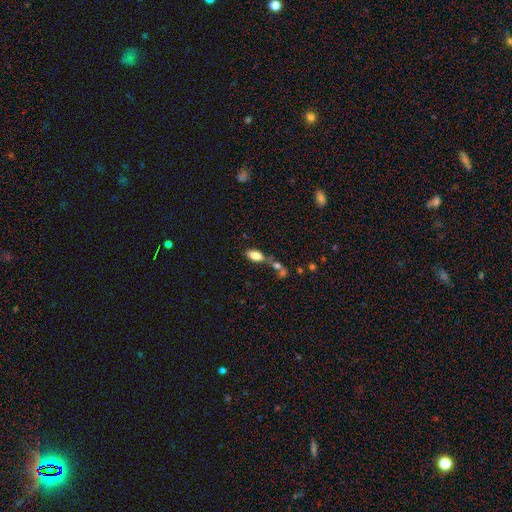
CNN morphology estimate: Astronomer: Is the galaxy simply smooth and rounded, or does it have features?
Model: smooth — 79%.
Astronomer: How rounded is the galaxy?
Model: in between — 88%.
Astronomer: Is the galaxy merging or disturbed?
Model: none — 42% (runner-up: merger, 37%).